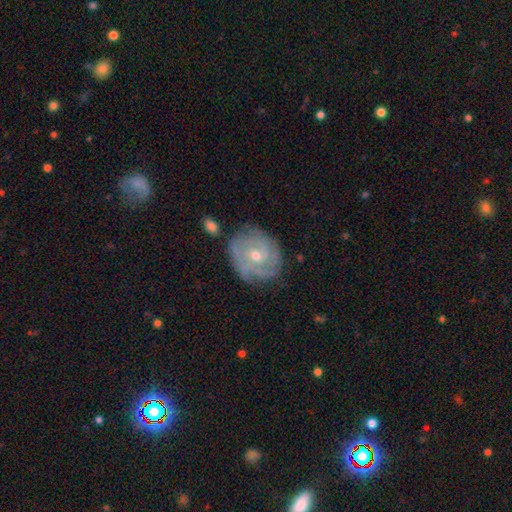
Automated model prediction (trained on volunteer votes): Q: Smooth or featured?
A: featured or disk (77%); runner-up: smooth (17%)
Q: Edge-on disk?
A: no (97%); runner-up: yes (3%)
Q: Bar?
A: no (72%); runner-up: weak (24%)
Q: Spiral arms?
A: yes (85%); runner-up: no (15%)
Q: Spiral winding?
A: tight (67%); runner-up: medium (25%)
Q: Spiral arm count?
A: can't tell (42%); runner-up: 3 (21%)
Q: Bulge size?
A: moderate (56%); runner-up: small (40%)
Q: Merging?
A: none (72%); runner-up: minor disturbance (19%)